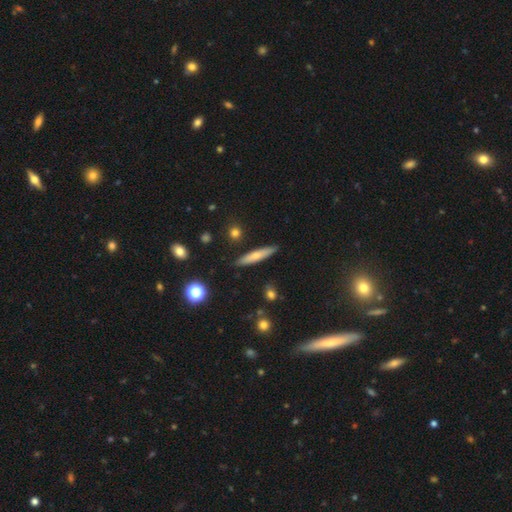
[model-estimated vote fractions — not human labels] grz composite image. It shows a smooth galaxy with no disk features (66%) that is cigar-shaped (89%). Merging: none (88%).